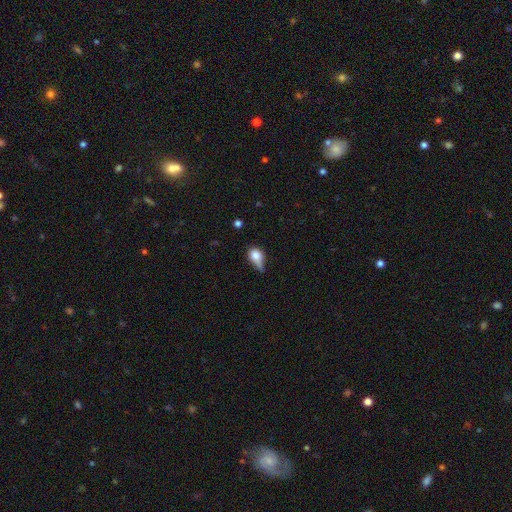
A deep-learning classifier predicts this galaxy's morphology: Overall: smooth (74%). How rounded: in between (58%; round 38%). Merging: minor disturbance (41%; major disturbance 26%).